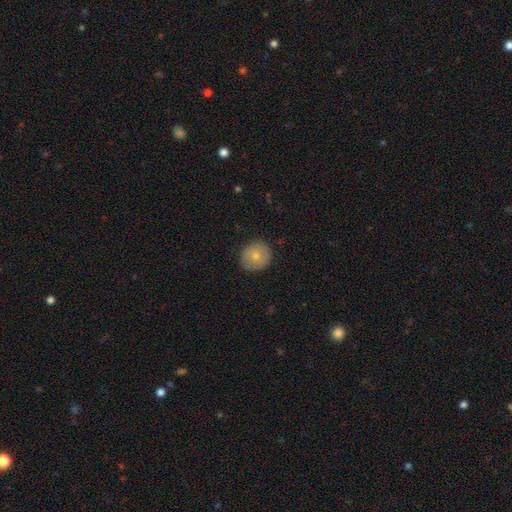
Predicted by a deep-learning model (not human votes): smooth-or-featured: smooth: 69% | featured or disk: 24% | star or artifact: 7%
  how-rounded: round: 88% | in between: 11% | cigar-shaped: 1%
  merging: none: 86% | minor disturbance: 10% | major disturbance: 2% | merger: 1%